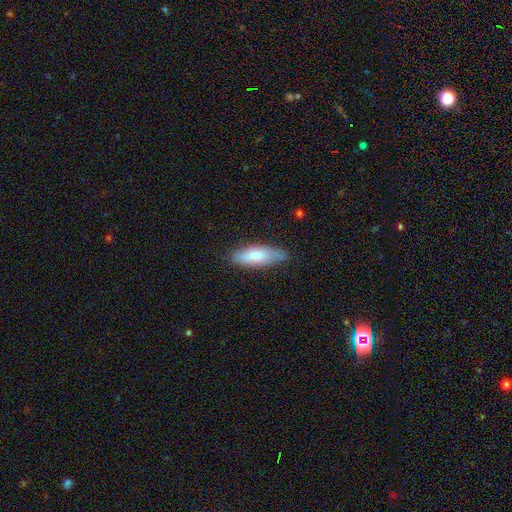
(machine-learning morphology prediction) Overall: smooth (79%). How rounded: in between (65%; cigar-shaped 34%). Merging: none (72%).